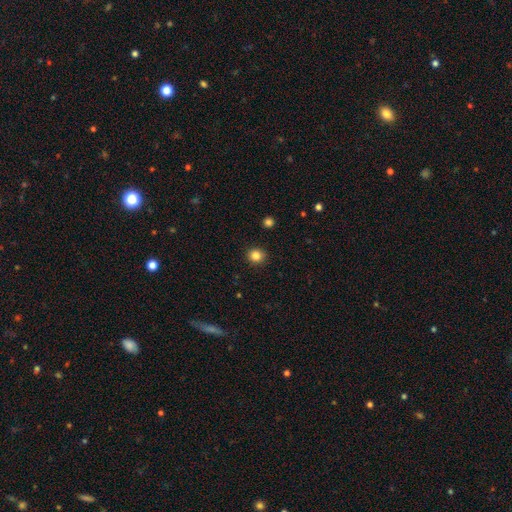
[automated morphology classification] smooth_or_featured: smooth (p=0.84) [alt: star or artifact p=0.11]
how_rounded: round (p=0.87) [alt: in between p=0.12]
merging: none (p=0.92) [alt: minor disturbance p=0.06]